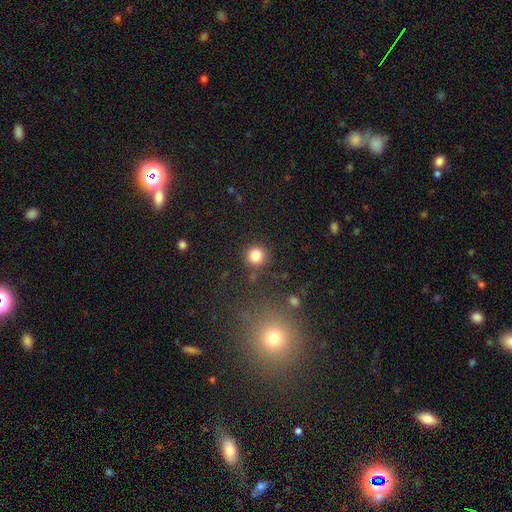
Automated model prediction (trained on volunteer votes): The model was most divided on "smooth or featured": smooth: 83%, star or artifact: 12%, featured or disk: 5%. More confident: how rounded — round (93%); merging — none (85%).